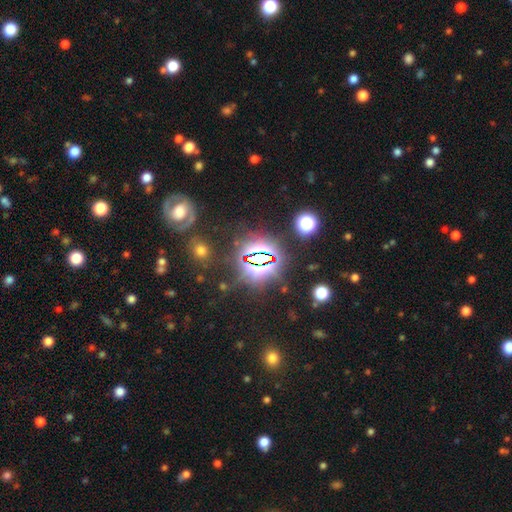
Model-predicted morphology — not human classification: Smooth or featured? star or artifact (77%)